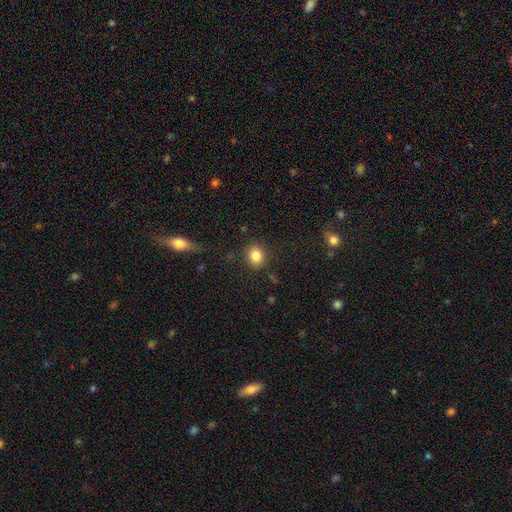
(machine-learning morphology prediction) Smooth or featured? Predicted: smooth (p=0.83). How rounded? Predicted: round (p=0.71). Merging? Predicted: none (p=0.87).